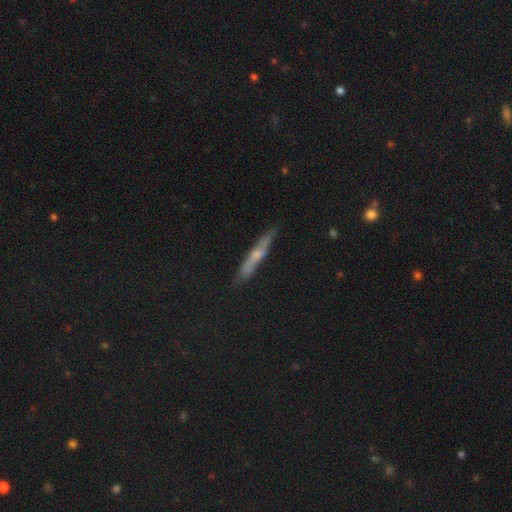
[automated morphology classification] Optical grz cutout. It shows a featured or disk galaxy (45%). Merging: none (76%).